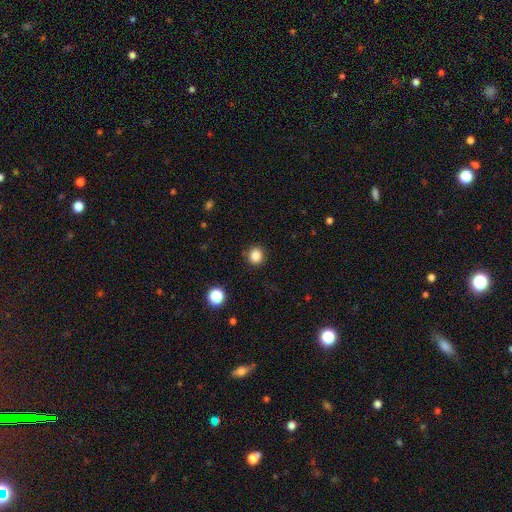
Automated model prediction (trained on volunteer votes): Smooth or featured: smooth — 85% (star or artifact — 11%)
How rounded: round — 83% (in between — 16%)
Merging: none — 88% (minor disturbance — 8%)